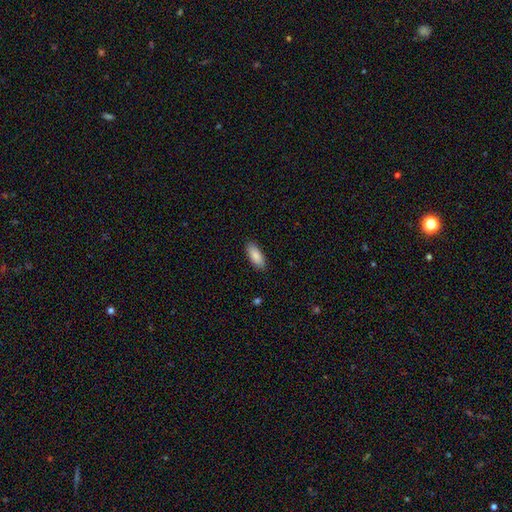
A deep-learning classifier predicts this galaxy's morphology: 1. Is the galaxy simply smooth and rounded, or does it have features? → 88% smooth, 6% star or artifact, 6% featured or disk.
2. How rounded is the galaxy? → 78% in between, 20% cigar-shaped, 2% round.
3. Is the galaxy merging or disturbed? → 88% none, 9% minor disturbance, 2% major disturbance, 1% merger.